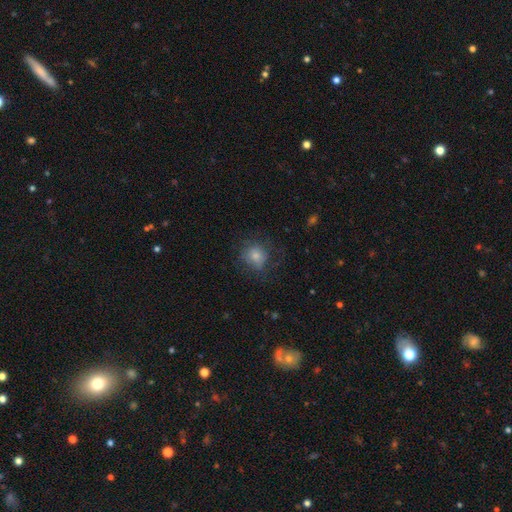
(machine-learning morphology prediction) Smooth or featured? Predicted: smooth (p=0.62). How rounded? Predicted: round (p=0.84). Merging? Predicted: none (p=0.68).